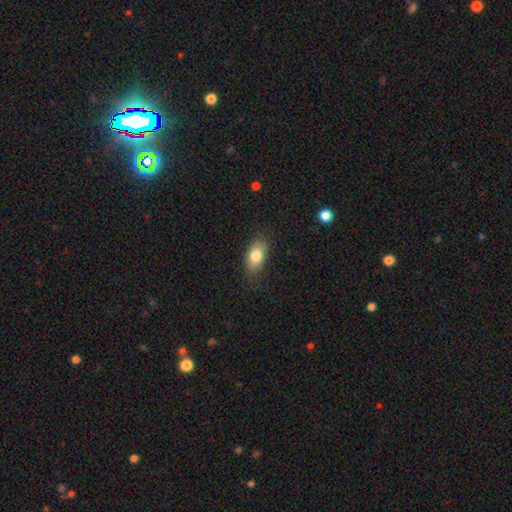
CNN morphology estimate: This is likely a smooth galaxy (80%). How rounded: clearly in between (88%). Merging: clearly none (82%).